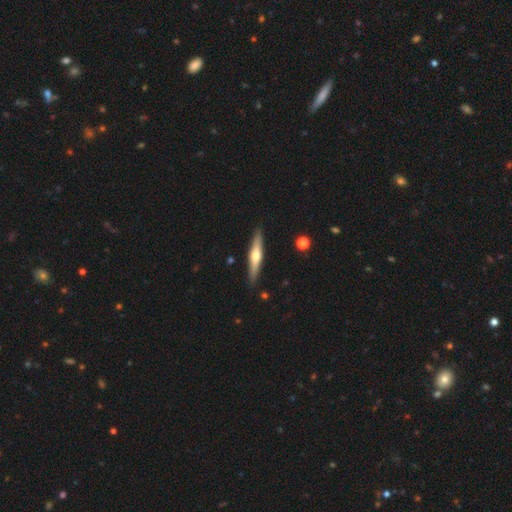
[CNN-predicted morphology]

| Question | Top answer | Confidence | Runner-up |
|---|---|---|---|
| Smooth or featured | featured or disk | 59% | smooth (36%) |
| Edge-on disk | yes | 95% | no (5%) |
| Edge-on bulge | rounded | 91% | none (6%) |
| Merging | none | 90% | minor disturbance (7%) |